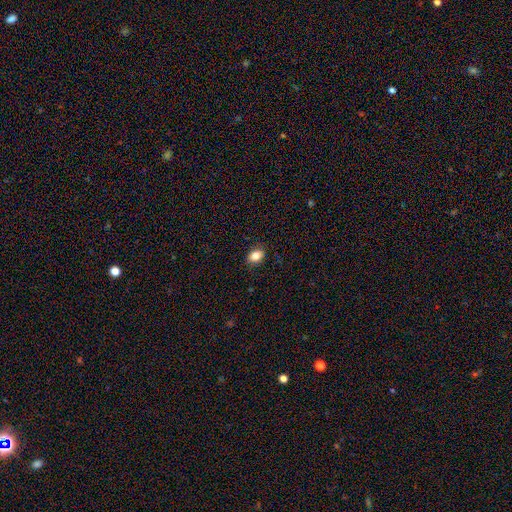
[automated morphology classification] The model was most divided on "how rounded": in between: 77%, round: 22%, cigar-shaped: 1%. More confident: merging — none (86%); smooth or featured — smooth (84%).